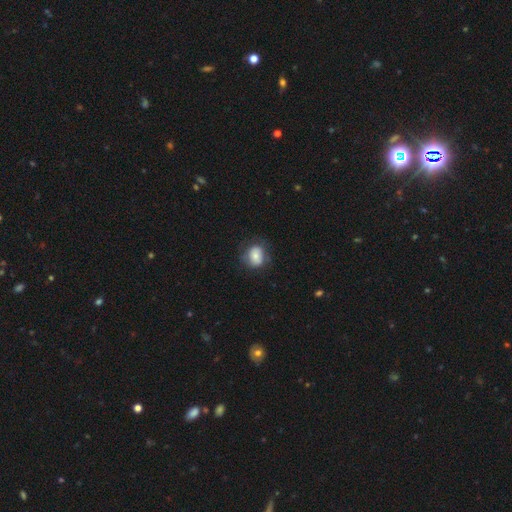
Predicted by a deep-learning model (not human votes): A smooth galaxy with no disk features (71%) that is round (56%).

Vote fractions:
- Smooth or featured? smooth: 71% / featured or disk: 20% / star or artifact: 9%
- How rounded? round: 56% / in between: 43% / cigar-shaped: 1%
- Merging? none: 65% / minor disturbance: 22% / major disturbance: 11% / merger: 1%